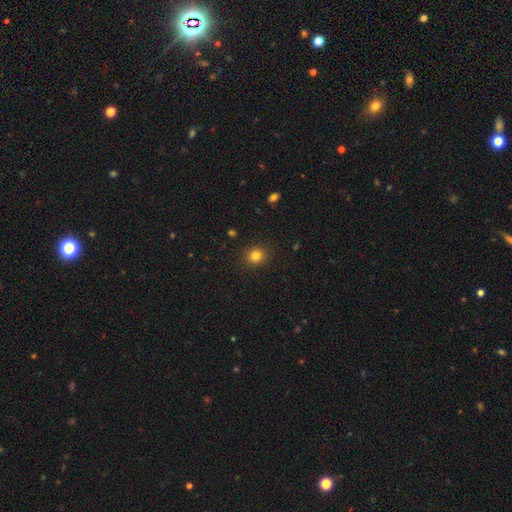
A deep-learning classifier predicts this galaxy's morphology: smooth-or-featured: smooth: 82% | star or artifact: 12% | featured or disk: 6%
  how-rounded: round: 87% | in between: 12% | cigar-shaped: 1%
  merging: none: 91% | minor disturbance: 6% | major disturbance: 2% | merger: 1%